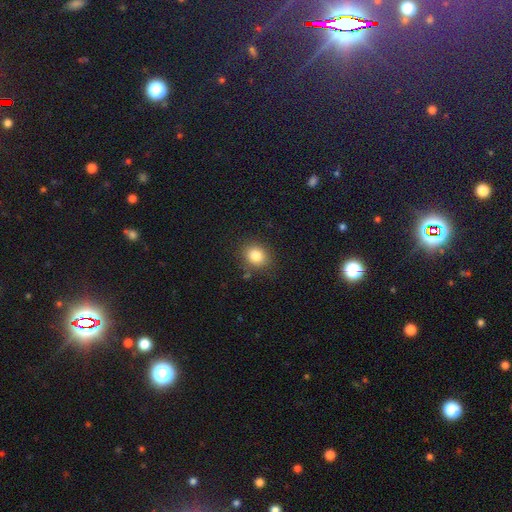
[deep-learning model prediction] smooth_or_featured: smooth (p=0.83) [alt: star or artifact p=0.11]
how_rounded: round (p=0.67) [alt: in between p=0.32]
merging: none (p=0.85) [alt: minor disturbance p=0.10]